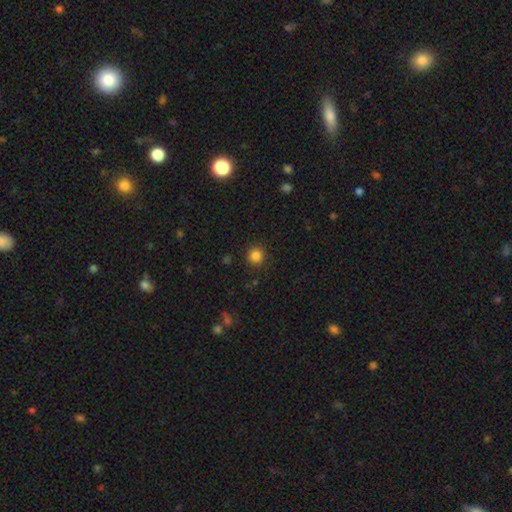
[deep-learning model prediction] Overall: smooth (84%). How rounded: round (93%). Merging: none (89%).